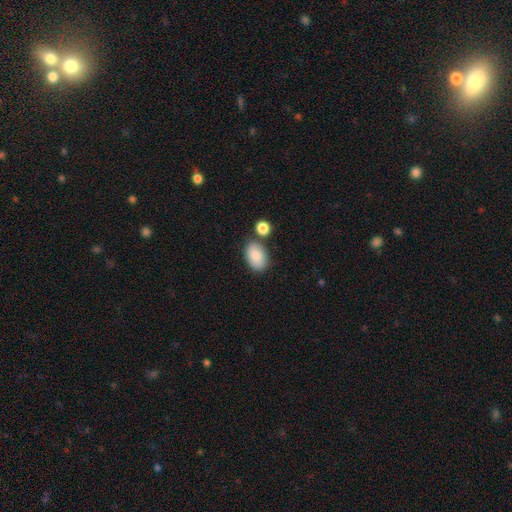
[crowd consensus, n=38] A smooth galaxy with no disk features (76%) that is in between round and cigar-shaped (93%). Merging: none (78%).